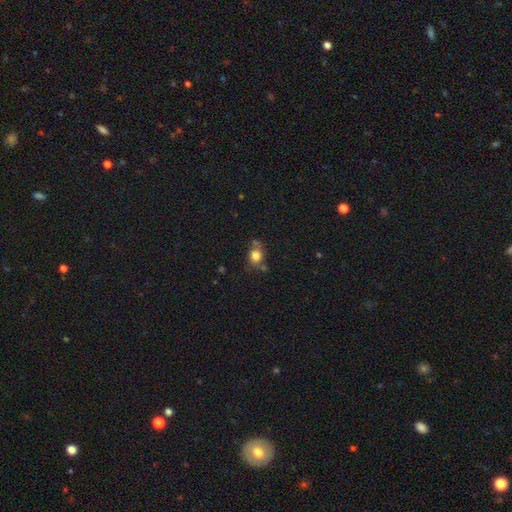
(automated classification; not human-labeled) Overall: smooth (80%). How rounded: round (68%; in between 30%). Merging: none (64%).